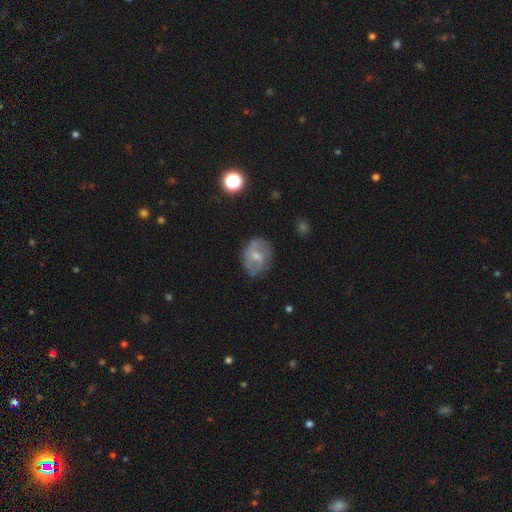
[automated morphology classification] A featured or disk galaxy (52%). Merging: none (64%).